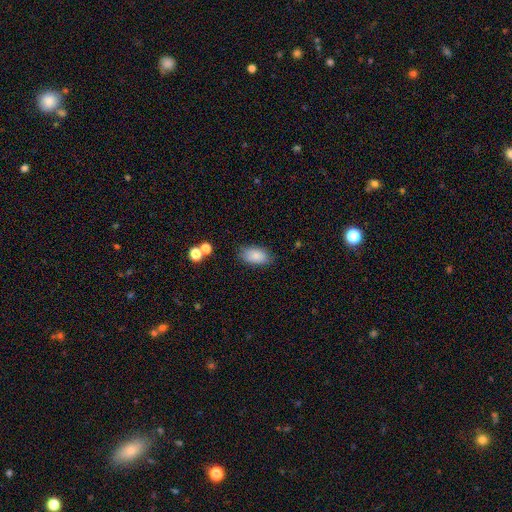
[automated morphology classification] type=smooth (85%); roundness=in between (93%); merging=none (81%).